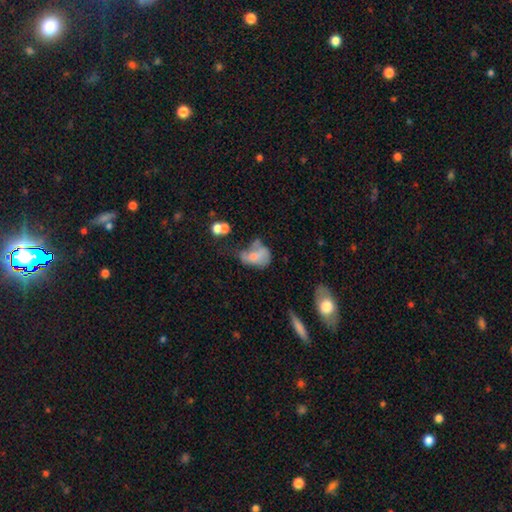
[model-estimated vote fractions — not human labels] This appears to be a smooth galaxy with no disk features (57%) that is in between round and cigar-shaped (72%). Merging: major disturbance (35%).